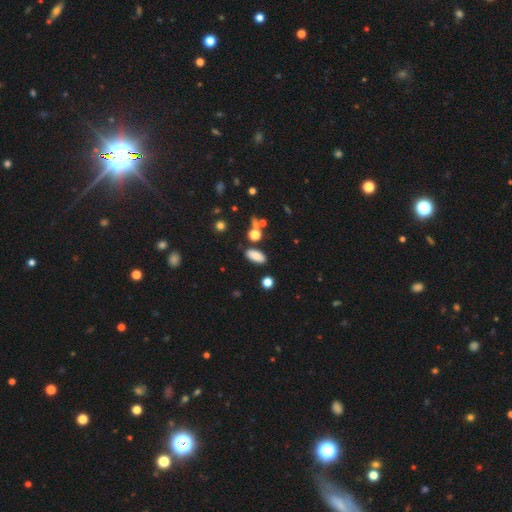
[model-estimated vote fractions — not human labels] Q: Smooth or featured?
A: smooth (82%); runner-up: star or artifact (10%)
Q: How rounded?
A: in between (88%); runner-up: cigar-shaped (8%)
Q: Merging?
A: none (82%); runner-up: minor disturbance (11%)